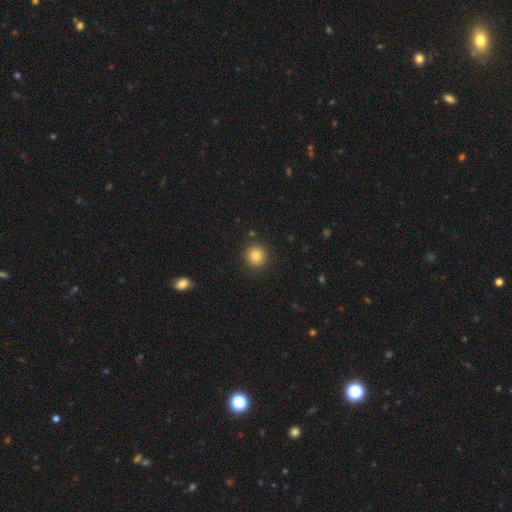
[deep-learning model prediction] A smooth galaxy with no disk features (85%) that is round (92%). Merging: none (90%).